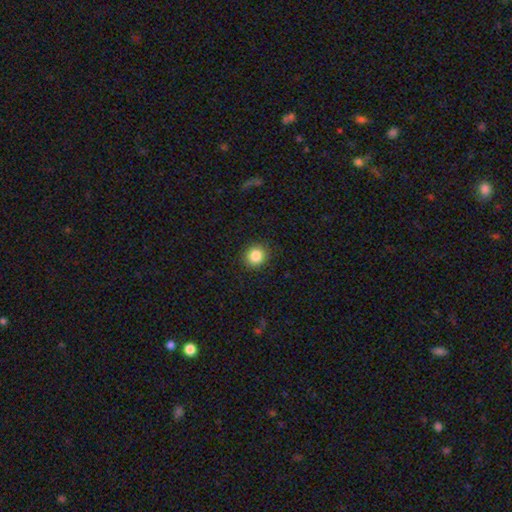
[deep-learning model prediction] Smooth or featured? smooth (85%)
How rounded? round (85%)
Merging? none (90%)